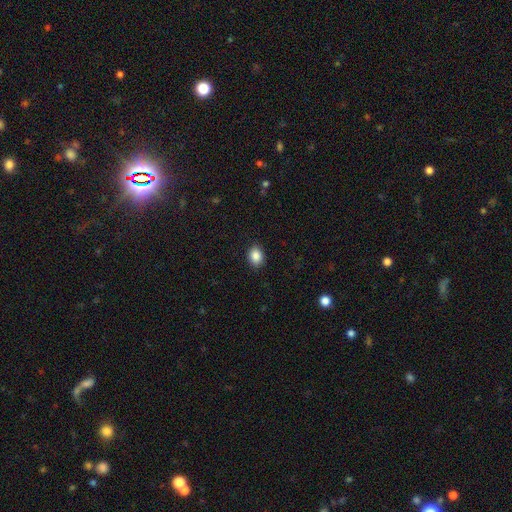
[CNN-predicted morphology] Smooth or featured: smooth — 87% (star or artifact — 8%)
How rounded: in between — 64% (round — 35%)
Merging: none — 89% (minor disturbance — 8%)